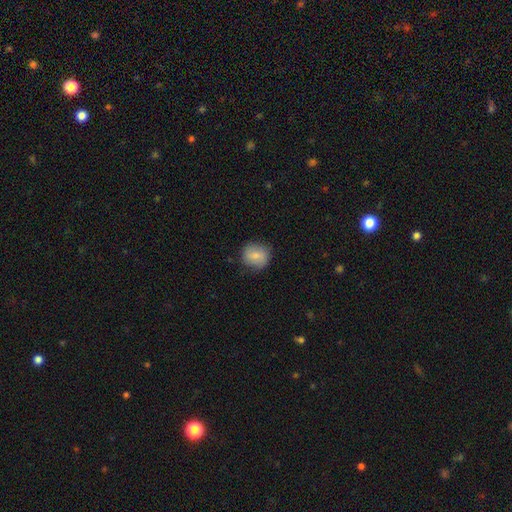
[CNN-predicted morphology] Q: Smooth or featured?
A: smooth (79%); runner-up: featured or disk (13%)
Q: How rounded?
A: round (79%); runner-up: in between (20%)
Q: Merging?
A: none (80%); runner-up: minor disturbance (15%)